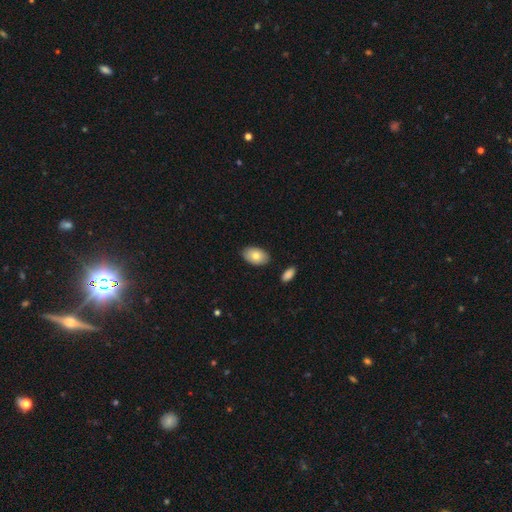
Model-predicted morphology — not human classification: Smooth or featured: smooth — 77% (featured or disk — 16%)
How rounded: in between — 92% (round — 7%)
Merging: none — 86% (minor disturbance — 10%)